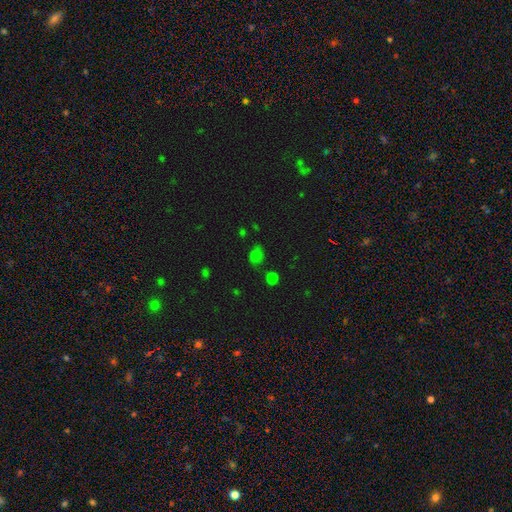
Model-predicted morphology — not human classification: This is likely a smooth galaxy (65%). How rounded: likely in between (67%). Merging: possibly none (59%).